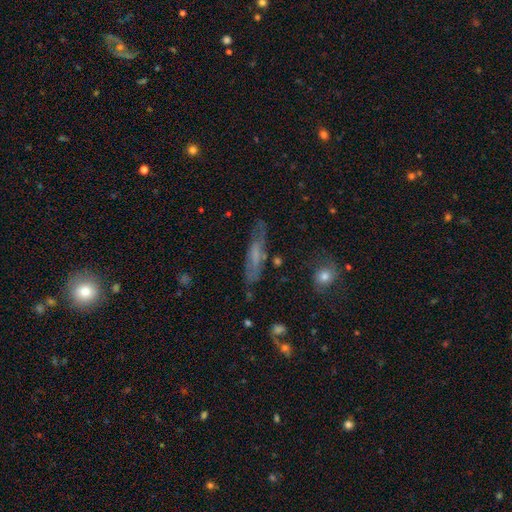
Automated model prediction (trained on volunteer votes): The model was most divided on "smooth or featured": smooth: 45%, featured or disk: 44%, star or artifact: 11%. More confident: merging — none (71%).